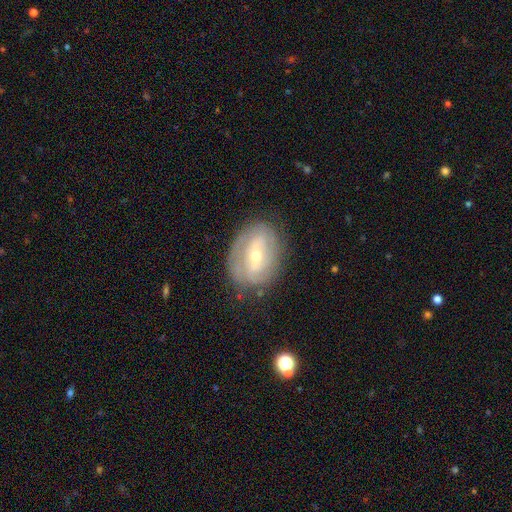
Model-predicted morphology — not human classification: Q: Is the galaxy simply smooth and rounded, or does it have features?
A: featured or disk — 75%.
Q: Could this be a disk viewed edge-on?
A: no — 95%.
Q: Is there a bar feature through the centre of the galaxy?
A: weak — 42%.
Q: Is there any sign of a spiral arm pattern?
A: yes — 76%.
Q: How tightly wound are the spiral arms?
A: tight — 60%.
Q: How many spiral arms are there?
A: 2 — 50%.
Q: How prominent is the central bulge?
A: moderate — 50%.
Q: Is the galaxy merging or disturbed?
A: none — 75%.